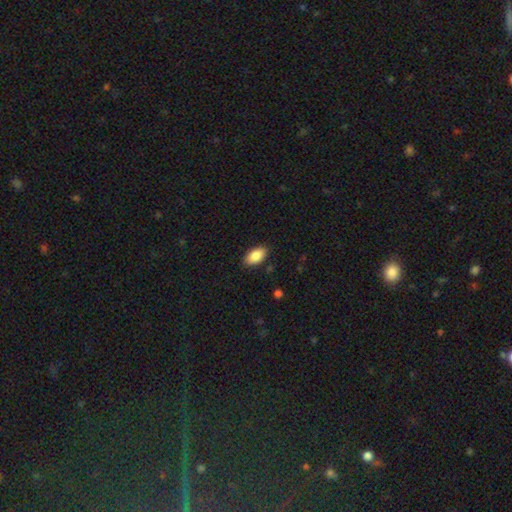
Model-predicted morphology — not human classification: type=smooth (87%); roundness=in between (94%); merging=none (87%).